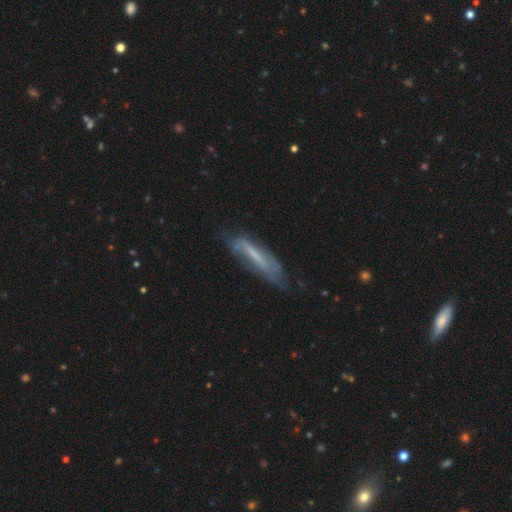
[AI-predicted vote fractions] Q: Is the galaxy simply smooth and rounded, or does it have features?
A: featured or disk — 52%.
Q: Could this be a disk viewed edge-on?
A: no — 55%.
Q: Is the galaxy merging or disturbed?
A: none — 58%.